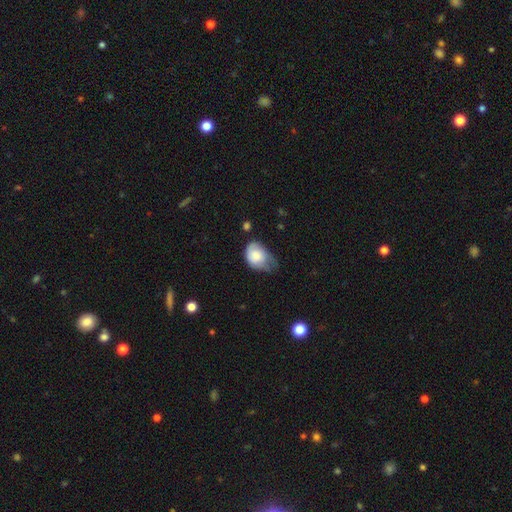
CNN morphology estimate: Overall: smooth (75%). How rounded: in between (70%). Merging: minor disturbance (49%; major disturbance 27%).